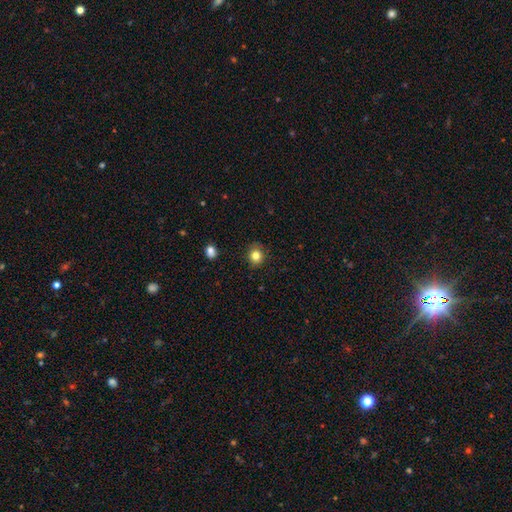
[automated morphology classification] This is clearly a smooth galaxy (82%). How rounded: likely round (78%). Merging: clearly none (85%).